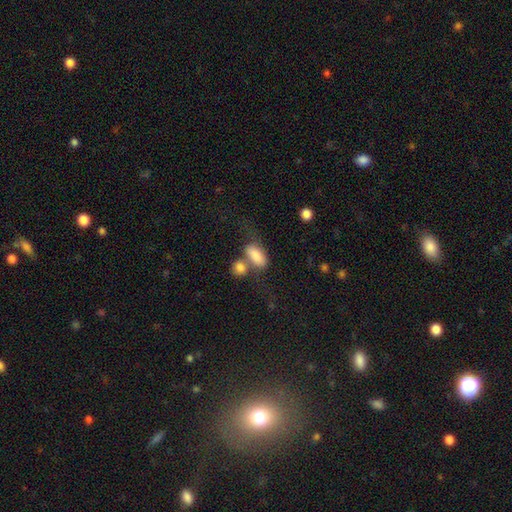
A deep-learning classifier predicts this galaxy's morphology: The model was most divided on "merging": merger: 44%, none: 34%, minor disturbance: 14%, major disturbance: 9%. More confident: how rounded — in between (87%); smooth or featured — smooth (81%).